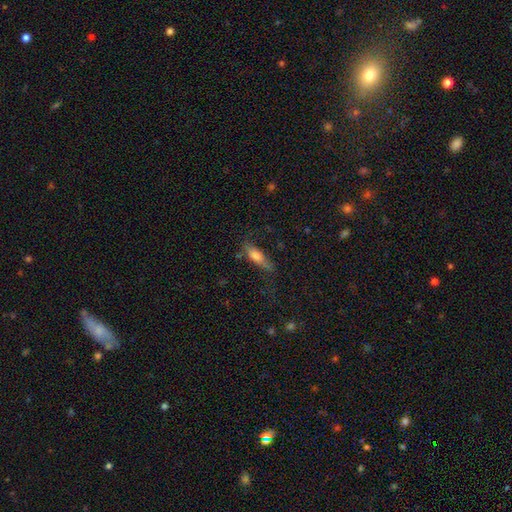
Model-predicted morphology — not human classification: Smooth or featured? smooth (68%)
How rounded? cigar-shaped (51%)
Merging? none (65%)